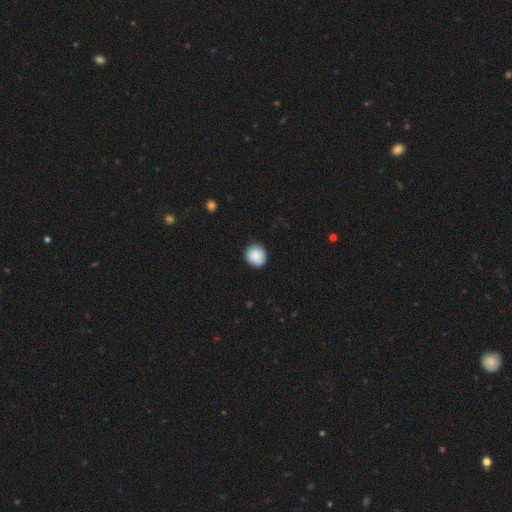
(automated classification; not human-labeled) The model was most divided on "how rounded": round: 86%, in between: 13%, cigar-shaped: 1%. More confident: smooth or featured — smooth (87%); merging — none (86%).